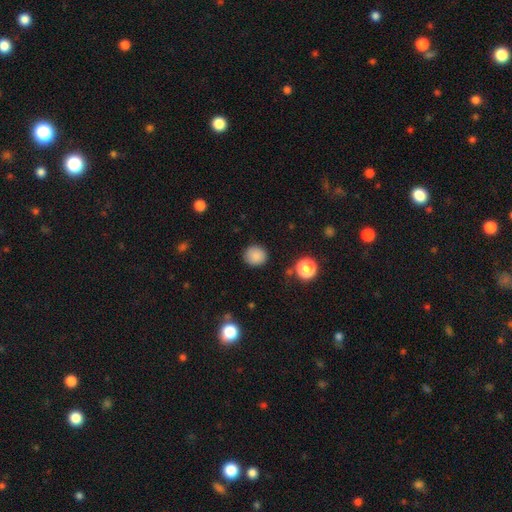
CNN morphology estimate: The model was most divided on "how rounded": round: 87%, in between: 12%, cigar-shaped: 1%. More confident: smooth or featured — smooth (86%); merging — none (86%).